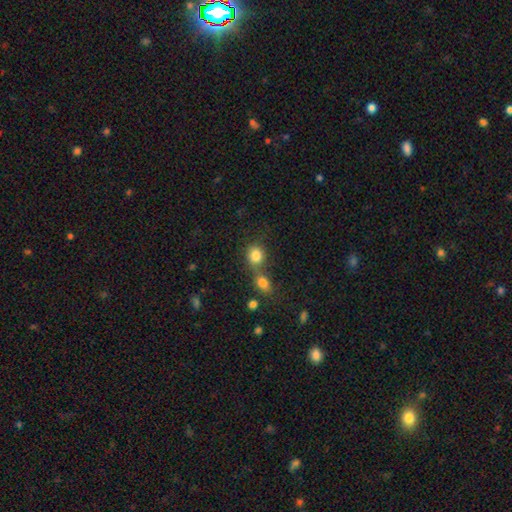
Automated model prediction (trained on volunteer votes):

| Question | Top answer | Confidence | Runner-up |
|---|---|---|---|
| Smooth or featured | smooth | 83% | star or artifact (11%) |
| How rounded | round | 75% | in between (24%) |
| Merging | none | 46% | merger (41%) |